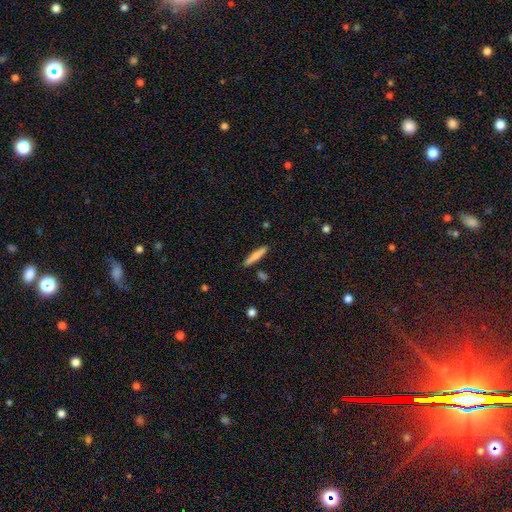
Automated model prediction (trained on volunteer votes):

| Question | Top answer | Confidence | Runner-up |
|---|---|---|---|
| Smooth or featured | smooth | 71% | featured or disk (23%) |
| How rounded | cigar-shaped | 90% | in between (8%) |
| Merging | none | 87% | minor disturbance (8%) |